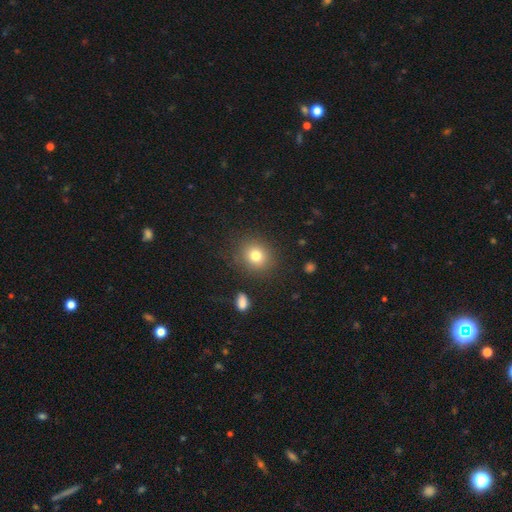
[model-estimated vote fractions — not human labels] This appears to be a smooth galaxy with no disk features (79%) that is round (76%). Merging: none (85%).